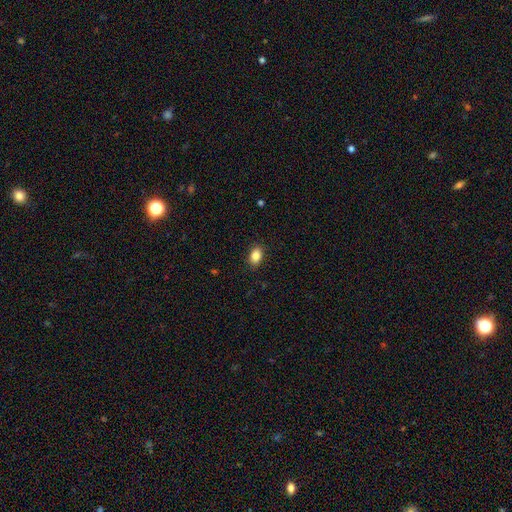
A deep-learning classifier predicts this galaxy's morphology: Smooth or featured? Predicted: smooth (p=0.86). How rounded? Predicted: in between (p=0.82). Merging? Predicted: none (p=0.88).